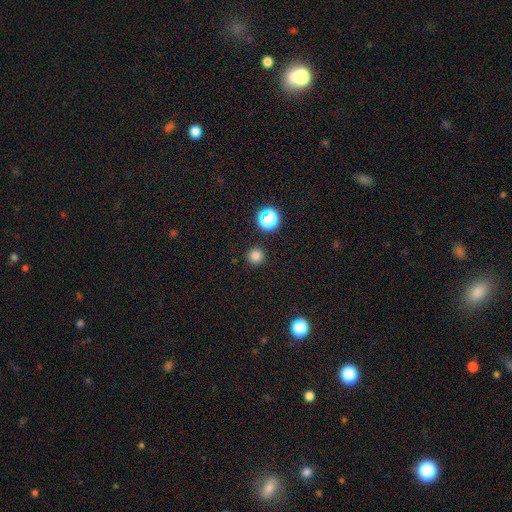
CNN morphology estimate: This is likely a smooth galaxy (79%). How rounded: clearly round (96%). Merging: clearly none (91%).